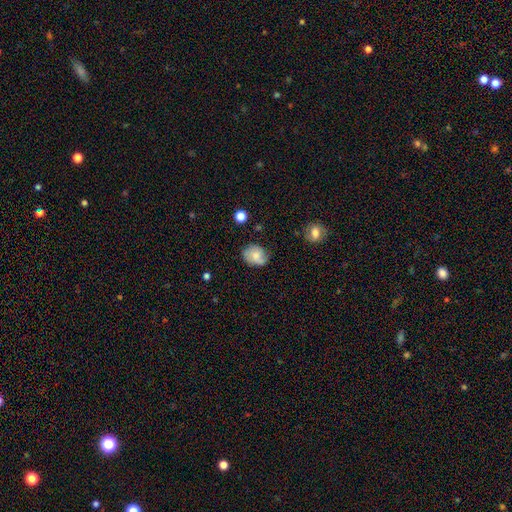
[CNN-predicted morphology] A smooth galaxy with no disk features (64%) that is round (51%).

Vote fractions:
- Smooth or featured? smooth: 64% / featured or disk: 27% / star or artifact: 9%
- How rounded? round: 51% / in between: 48% / cigar-shaped: 1%
- Merging? none: 66% / minor disturbance: 26% / major disturbance: 6% / merger: 2%